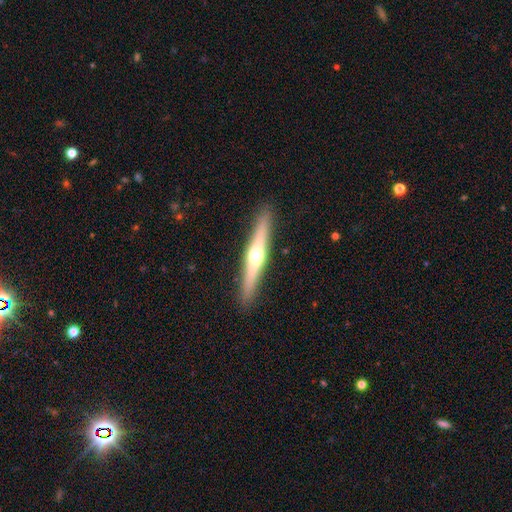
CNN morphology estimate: smooth-or-featured: featured or disk: 61% | smooth: 33% | star or artifact: 6%
  disk-edge-on: yes: 96% | no: 4%
    edge-on-bulge: rounded: 90% | none: 7% | boxy: 3%
  merging: none: 91% | minor disturbance: 7% | major disturbance: 2% | merger: 1%